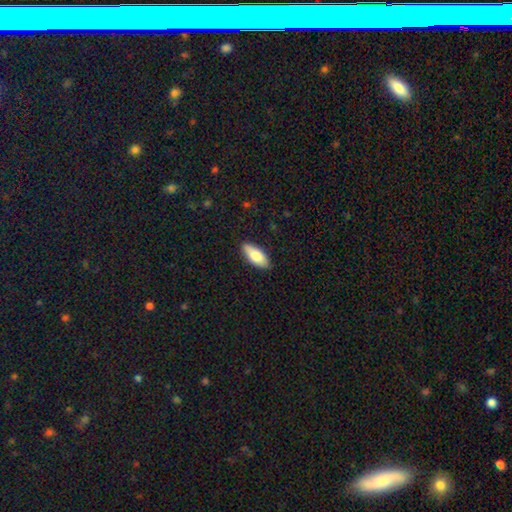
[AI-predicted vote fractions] Q: Smooth or featured?
A: smooth (80%); runner-up: featured or disk (14%)
Q: How rounded?
A: in between (83%); runner-up: cigar-shaped (15%)
Q: Merging?
A: none (87%); runner-up: minor disturbance (10%)